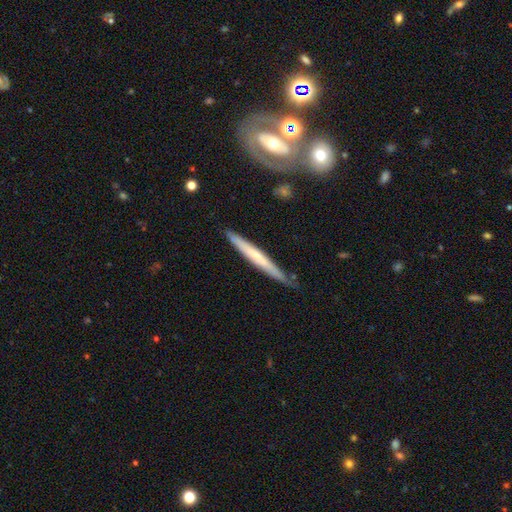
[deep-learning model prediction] Q: Smooth or featured?
A: featured or disk (47%); tied with: smooth (47%)
Q: Merging?
A: none (82%); runner-up: minor disturbance (14%)